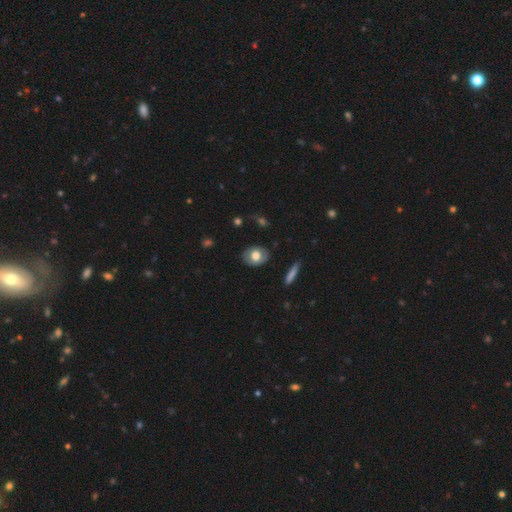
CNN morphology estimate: Smooth or featured? smooth (64%)
How rounded? in between (54%)
Merging? none (84%)